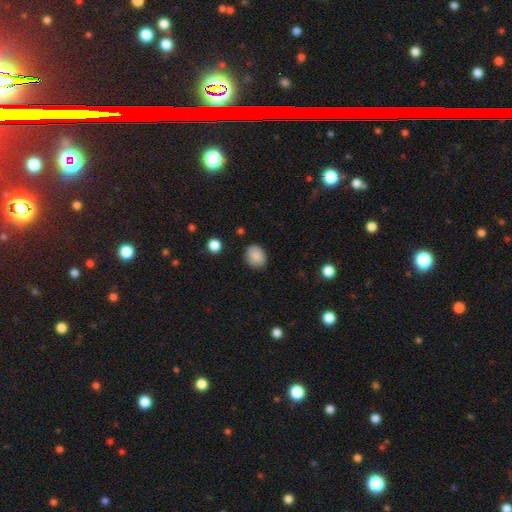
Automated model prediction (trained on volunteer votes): smooth 87%, star or artifact 8%, featured or disk 5%. Down the decision tree: how rounded — in between (50%); merging — none (85%).